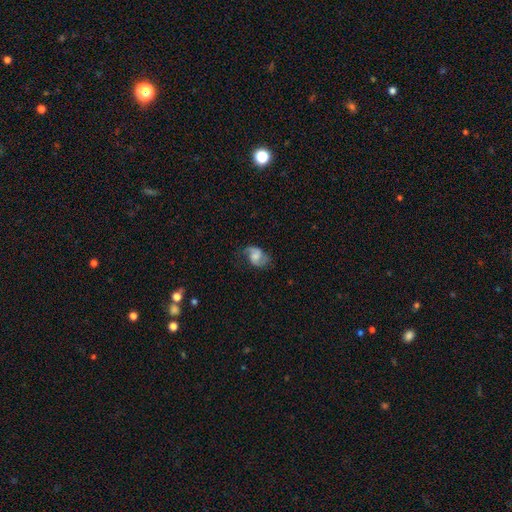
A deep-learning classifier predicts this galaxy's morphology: type=featured or disk (71%); edge-on=no (97%); bar=no (51%); spiral arms=yes (94%); winding=loose (47%); arm count=2 (87%); bulge=moderate (30%); merging=none (65%).